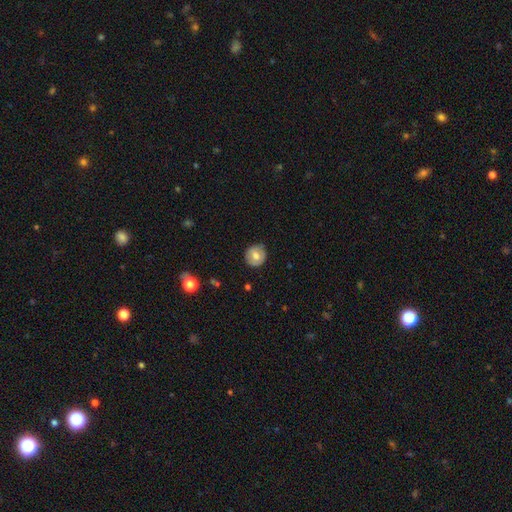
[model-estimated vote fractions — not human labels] Smooth or featured? Predicted: smooth (p=0.67). How rounded? Predicted: round (p=0.87). Merging? Predicted: none (p=0.84).